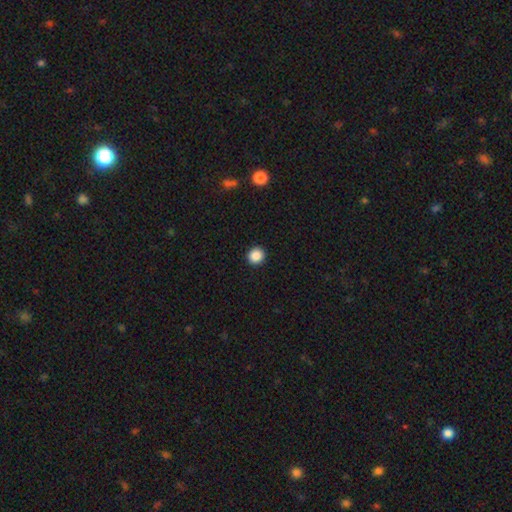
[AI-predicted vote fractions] smooth_or_featured: smooth (p=0.88) [alt: star or artifact p=0.10]
how_rounded: round (p=0.91) [alt: in between p=0.08]
merging: none (p=0.93) [alt: minor disturbance p=0.05]